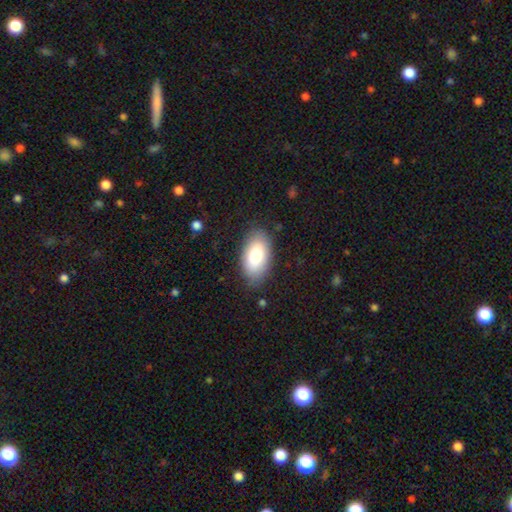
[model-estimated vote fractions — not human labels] Smooth or featured?
  - smooth: 80% *
  - featured or disk: 13%
  - star or artifact: 7%
How rounded?
  - in between: 94% *
  - round: 4%
  - cigar-shaped: 2%
Merging?
  - none: 82% *
  - minor disturbance: 13%
  - major disturbance: 4%
  - merger: 1%